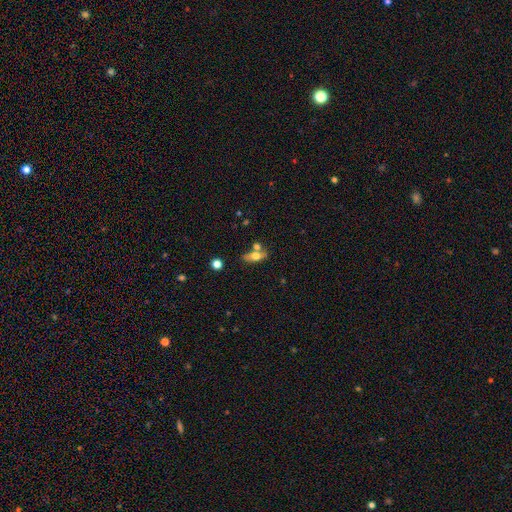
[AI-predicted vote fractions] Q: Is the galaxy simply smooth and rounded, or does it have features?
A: smooth — 60%.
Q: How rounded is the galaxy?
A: in between — 73%.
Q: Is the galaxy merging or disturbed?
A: none — 59%.